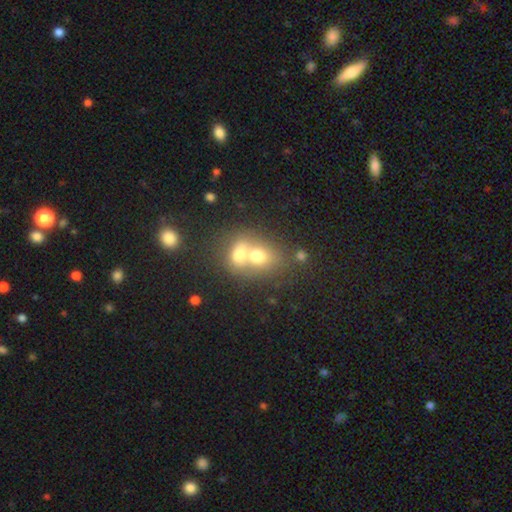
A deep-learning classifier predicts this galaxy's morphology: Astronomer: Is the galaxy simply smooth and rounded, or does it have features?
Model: smooth — 59%.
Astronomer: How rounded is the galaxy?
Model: round — 55% (runner-up: in between, 44%).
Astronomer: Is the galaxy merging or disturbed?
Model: merger — 71%.